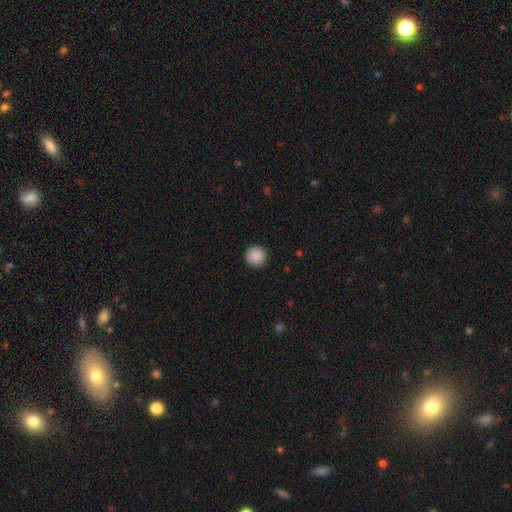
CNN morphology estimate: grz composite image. It shows a smooth galaxy with no disk features (90%) that is round (96%). Merging: none (92%).